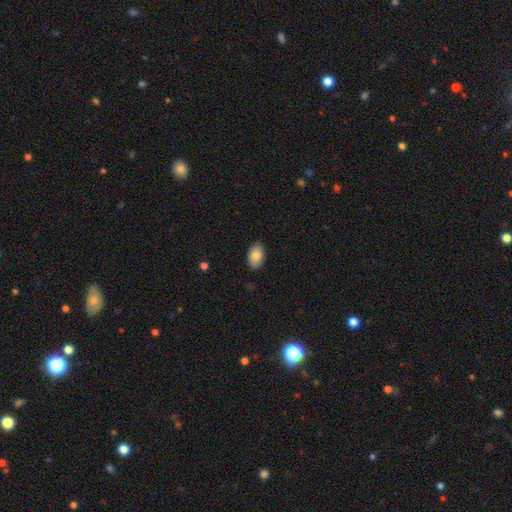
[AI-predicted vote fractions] Morphology: type=smooth (85%); roundness=in between (93%); merging=none (87%).